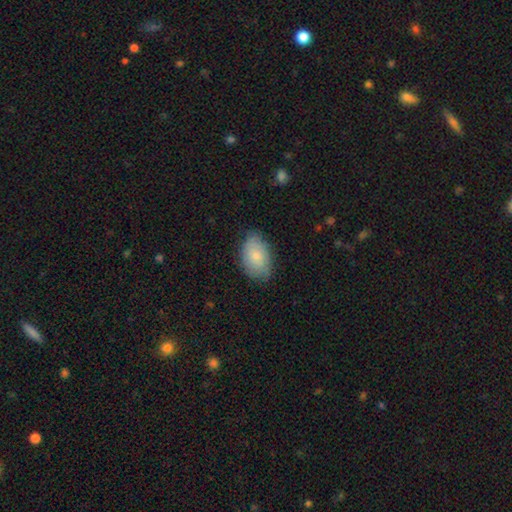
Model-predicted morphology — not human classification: The model was most divided on "merging": none: 75%, minor disturbance: 20%, major disturbance: 3%, merger: 1%. More confident: how rounded — in between (91%); smooth or featured — smooth (79%).